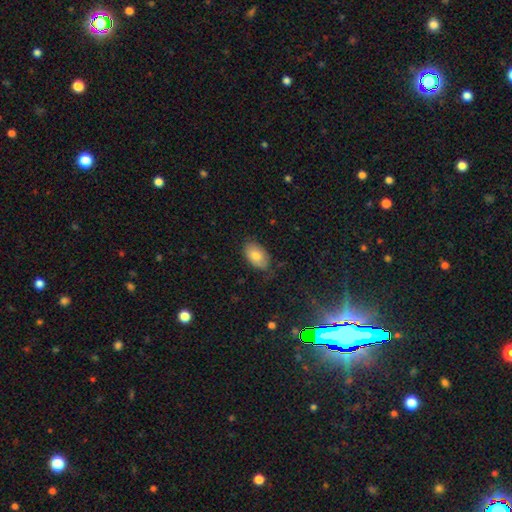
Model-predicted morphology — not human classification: A smooth galaxy with no disk features (79%) that is in between round and cigar-shaped (92%).

Vote fractions:
- Smooth or featured? smooth: 79% / featured or disk: 13% / star or artifact: 8%
- How rounded? in between: 92% / round: 7% / cigar-shaped: 1%
- Merging? none: 76% / minor disturbance: 19% / major disturbance: 4% / merger: 1%